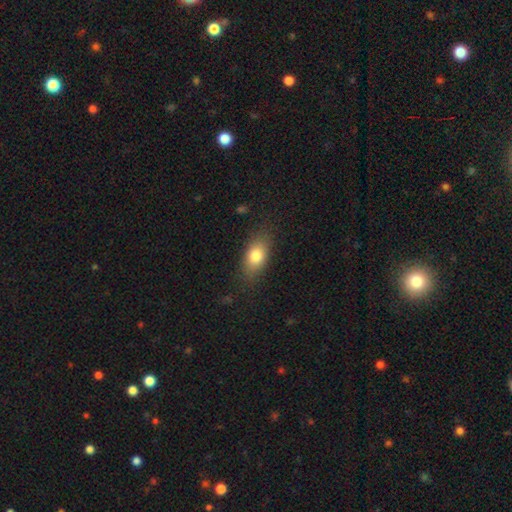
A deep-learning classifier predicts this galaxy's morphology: Smooth or featured: smooth — 79% (featured or disk — 13%)
How rounded: in between — 83% (round — 9%)
Merging: none — 80% (minor disturbance — 14%)